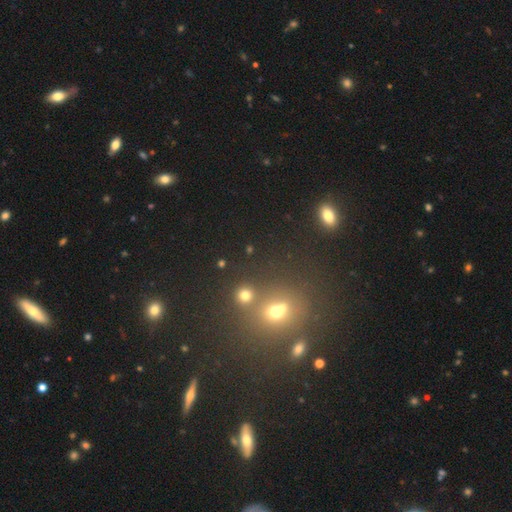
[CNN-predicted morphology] Smooth or featured?
  - star or artifact: 50% *
  - smooth: 40%
  - featured or disk: 11%